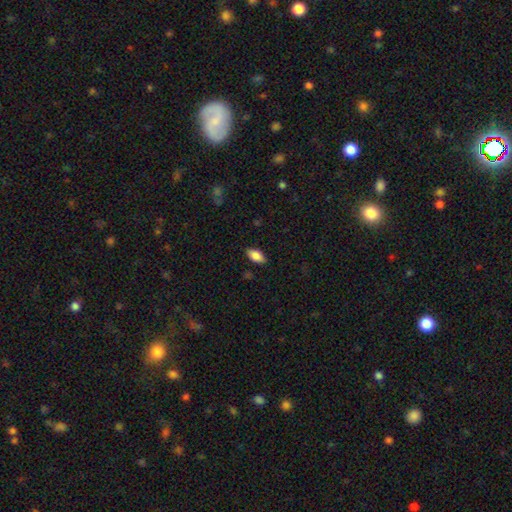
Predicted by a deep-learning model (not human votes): A smooth galaxy with no disk features (85%) that is in between round and cigar-shaped (91%).

Vote fractions:
- Smooth or featured? smooth: 85% / featured or disk: 8% / star or artifact: 7%
- How rounded? in between: 91% / cigar-shaped: 6% / round: 3%
- Merging? none: 86% / minor disturbance: 11% / major disturbance: 2% / merger: 1%